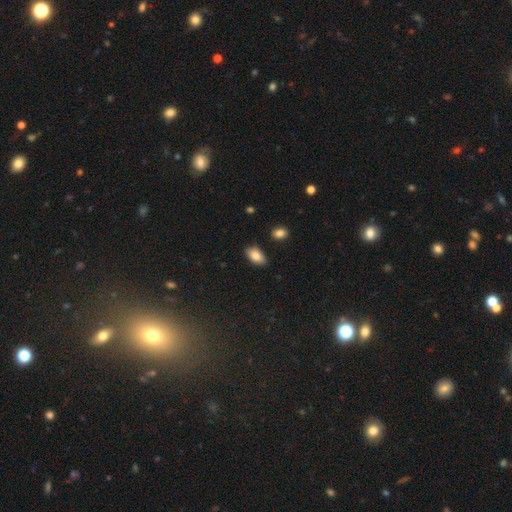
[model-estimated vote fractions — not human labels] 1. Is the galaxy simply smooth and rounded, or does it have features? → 85% smooth, 7% featured or disk, 7% star or artifact.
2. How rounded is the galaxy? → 93% in between, 5% round, 2% cigar-shaped.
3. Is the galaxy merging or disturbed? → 84% none, 12% minor disturbance, 2% merger, 2% major disturbance.